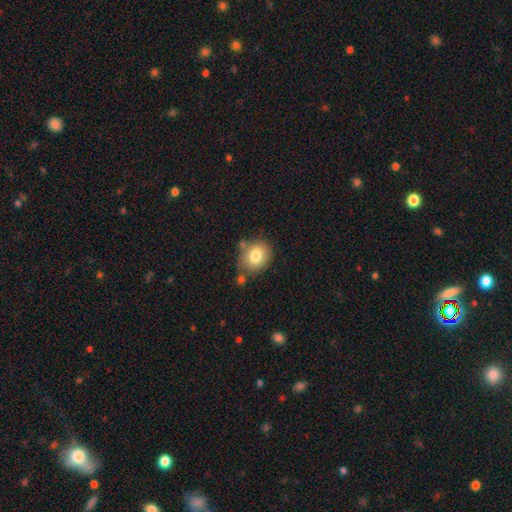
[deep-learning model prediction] Smooth or featured? Predicted: smooth (p=0.79). How rounded? Predicted: round (p=0.61). Merging? Predicted: none (p=0.68).